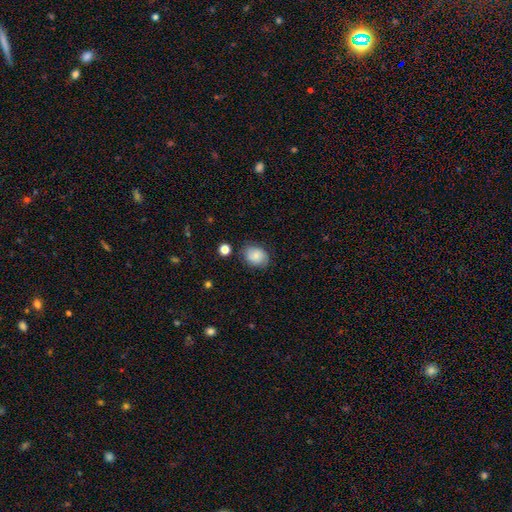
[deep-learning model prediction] This appears to be a smooth galaxy with no disk features (68%) that is in between round and cigar-shaped (58%). Merging: none (73%).